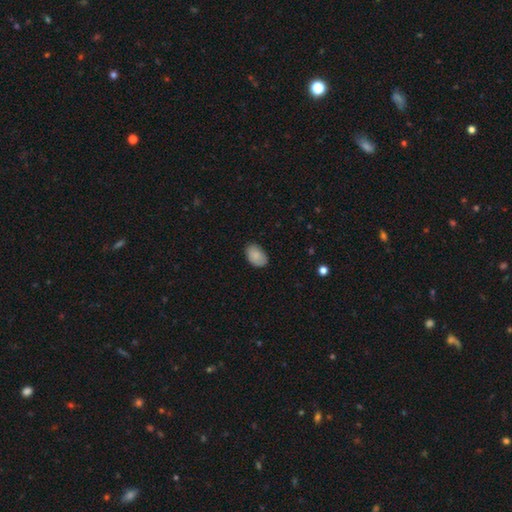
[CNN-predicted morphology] Q: Smooth or featured?
A: smooth (86%); runner-up: star or artifact (7%)
Q: How rounded?
A: in between (87%); runner-up: round (12%)
Q: Merging?
A: none (81%); runner-up: minor disturbance (15%)